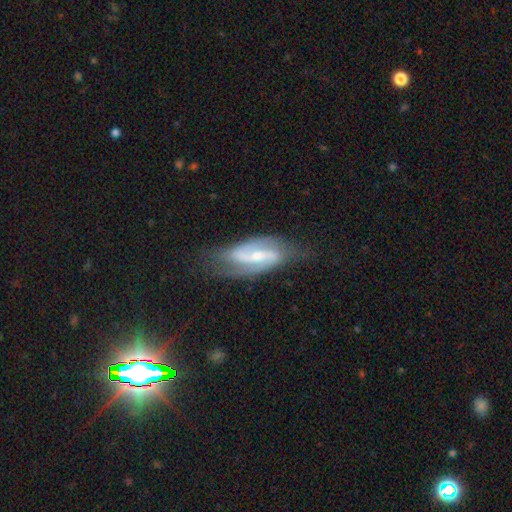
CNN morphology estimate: Smooth or featured? Predicted: featured or disk (p=0.84). Edge-on disk? Predicted: no (p=0.93). Bar? Predicted: weak (p=0.43). Spiral arms? Predicted: yes (p=0.95). Spiral winding? Predicted: medium (p=0.45). Spiral arm count? Predicted: 2 (p=0.90). Bulge size? Predicted: small (p=0.55). Merging? Predicted: none (p=0.71).